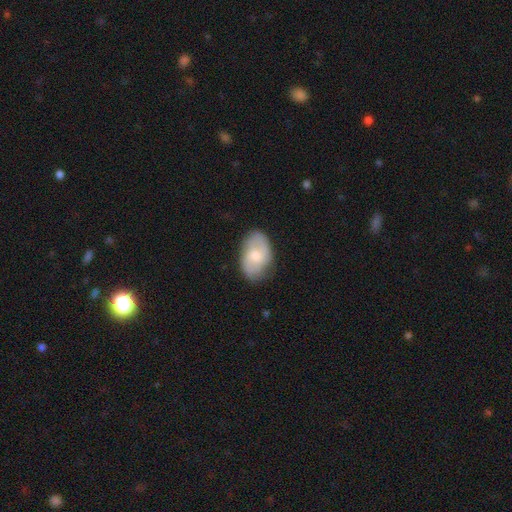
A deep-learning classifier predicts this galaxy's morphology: Smooth or featured: smooth — 54% (featured or disk — 40%)
How rounded: in between — 89% (round — 10%)
Merging: none — 77% (minor disturbance — 18%)